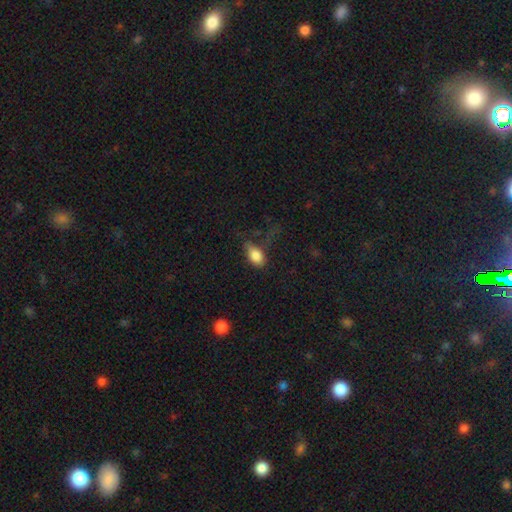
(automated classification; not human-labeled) A smooth galaxy with no disk features (83%) that is in between round and cigar-shaped (88%). Merging: none (41%).